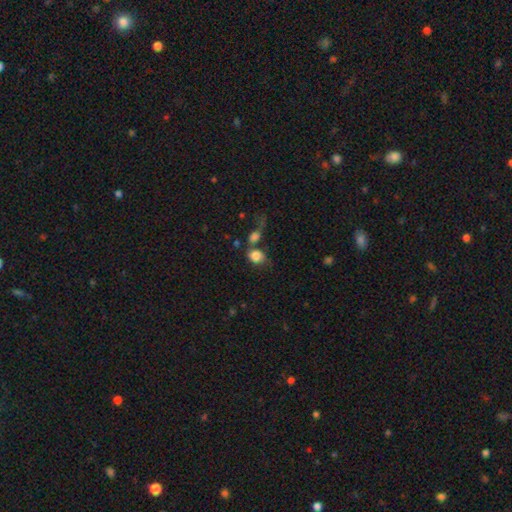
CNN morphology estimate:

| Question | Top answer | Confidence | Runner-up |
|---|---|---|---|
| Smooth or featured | smooth | 84% | star or artifact (9%) |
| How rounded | in between | 50% | round (49%) |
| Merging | none | 40% | merger (34%) |